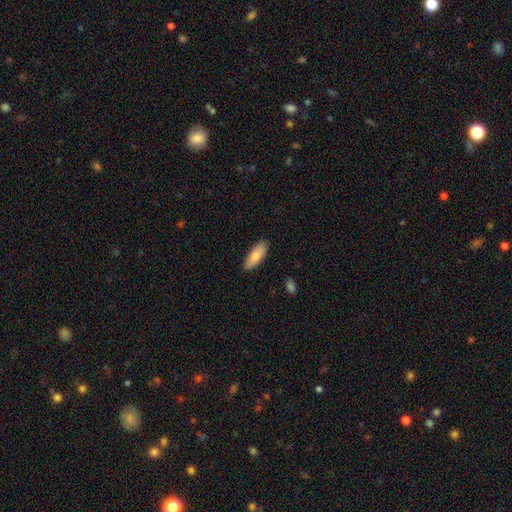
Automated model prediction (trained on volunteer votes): Q: Smooth or featured?
A: smooth (83%); runner-up: featured or disk (11%)
Q: How rounded?
A: in between (67%); runner-up: cigar-shaped (31%)
Q: Merging?
A: none (88%); runner-up: minor disturbance (9%)